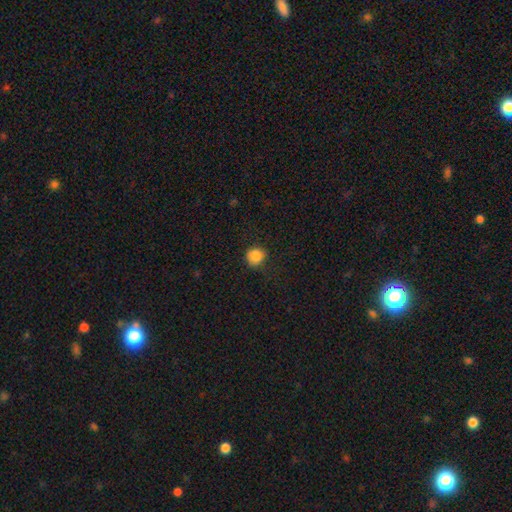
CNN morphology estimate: Smooth or featured: smooth — 85% (star or artifact — 10%)
How rounded: round — 88% (in between — 11%)
Merging: none — 80% (minor disturbance — 15%)